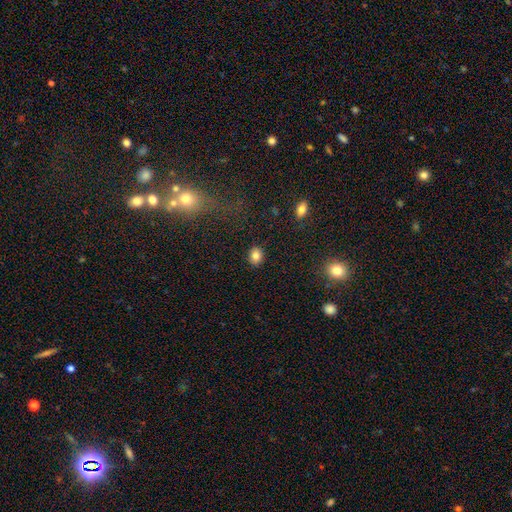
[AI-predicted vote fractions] Smooth or featured: smooth — 82% (star or artifact — 10%)
How rounded: round — 61% (in between — 38%)
Merging: none — 90% (minor disturbance — 7%)